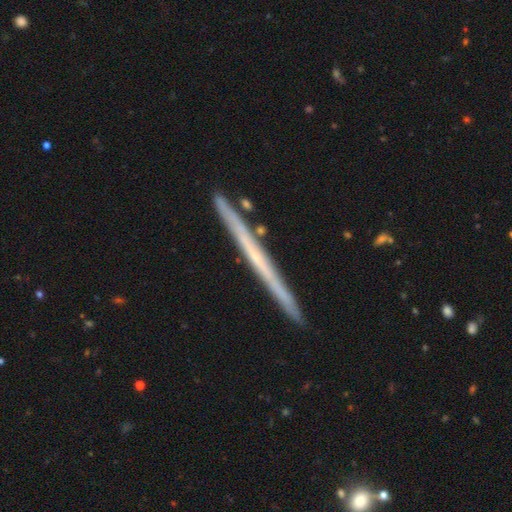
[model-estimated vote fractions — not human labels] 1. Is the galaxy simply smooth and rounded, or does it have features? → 67% featured or disk, 27% smooth, 6% star or artifact.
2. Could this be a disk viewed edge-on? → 98% yes, 2% no.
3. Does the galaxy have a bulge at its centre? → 87% none, 10% rounded, 3% boxy.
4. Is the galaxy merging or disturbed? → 90% none, 7% minor disturbance, 2% merger, 1% major disturbance.